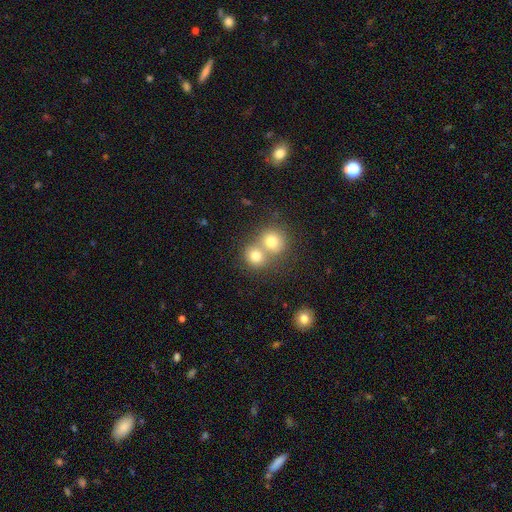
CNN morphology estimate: This is likely a smooth galaxy (76%). How rounded: clearly round (80%). Merging: possibly merger (53%).